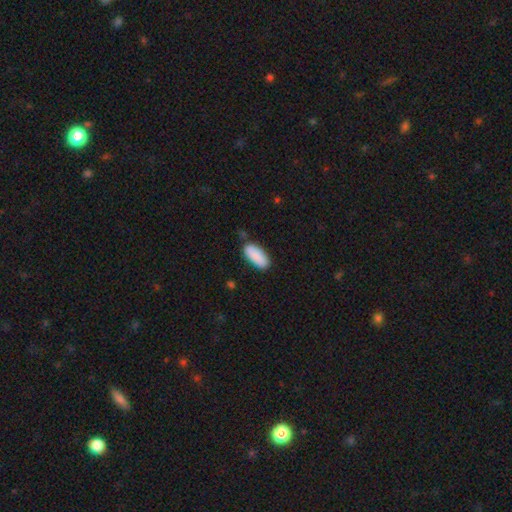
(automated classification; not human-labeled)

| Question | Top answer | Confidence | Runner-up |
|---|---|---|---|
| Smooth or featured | smooth | 89% | star or artifact (6%) |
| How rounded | in between | 85% | cigar-shaped (13%) |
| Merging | none | 81% | minor disturbance (14%) |